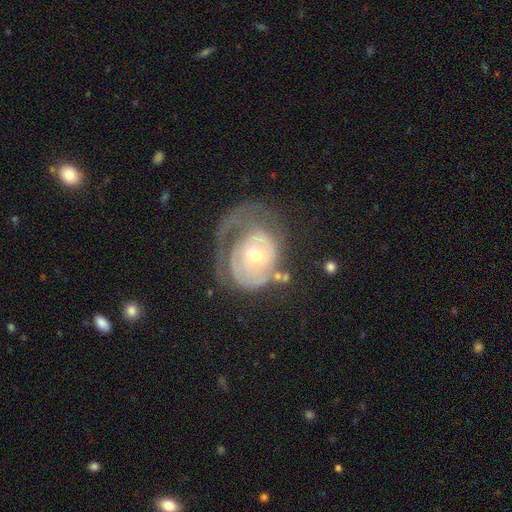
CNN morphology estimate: Overall: featured or disk (72%). Edge-on disk: no (96%). Bar: no (78%). Spiral arms: yes (75%). Spiral arm count: 1 (45%; can't tell 30%). Spiral winding: tight (61%; medium 25%). Bulge size: small (51%; moderate 42%). Merging: major disturbance (44%; none 31%).